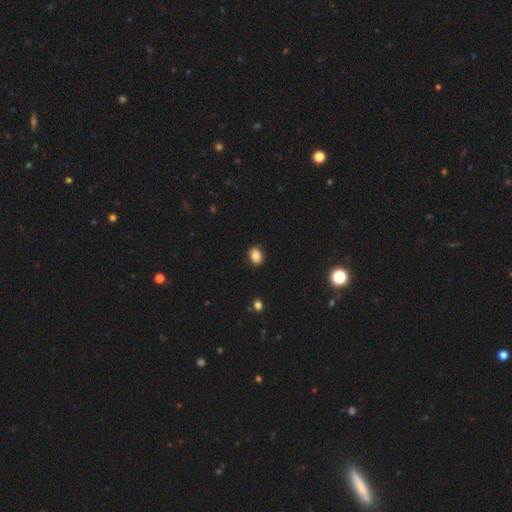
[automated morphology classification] Smooth or featured?
  - smooth: 85% *
  - star or artifact: 9%
  - featured or disk: 5%
How rounded?
  - in between: 63% *
  - round: 36%
  - cigar-shaped: 1%
Merging?
  - none: 90% *
  - minor disturbance: 7%
  - major disturbance: 2%
  - merger: 1%